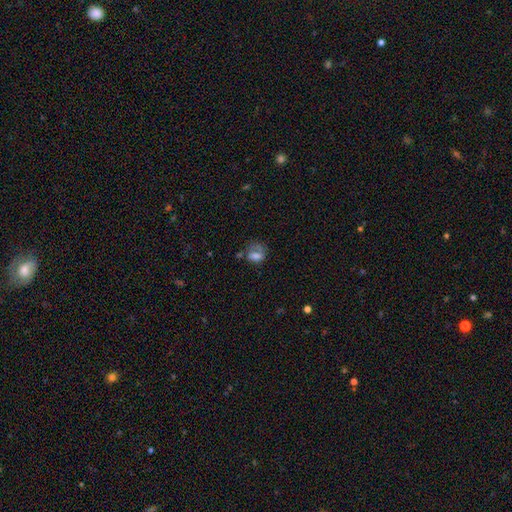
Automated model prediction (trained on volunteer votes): smooth_or_featured: smooth (p=0.59) [alt: featured or disk p=0.26]
how_rounded: in between (p=0.60) [alt: round p=0.37]
merging: none (p=0.35) [alt: major disturbance p=0.32]